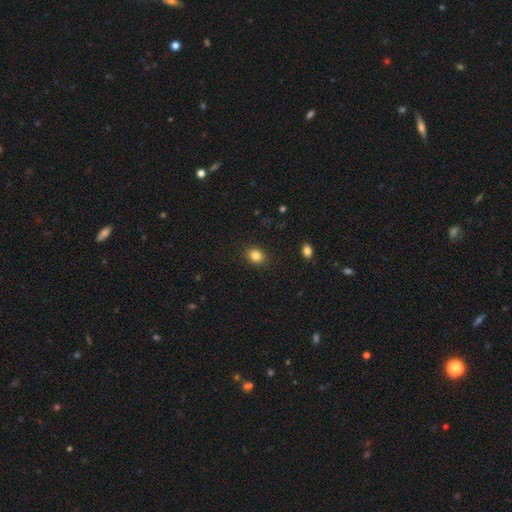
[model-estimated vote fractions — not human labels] Smooth or featured: smooth — 83% (star or artifact — 11%)
How rounded: in between — 52% (round — 47%)
Merging: none — 88% (minor disturbance — 8%)